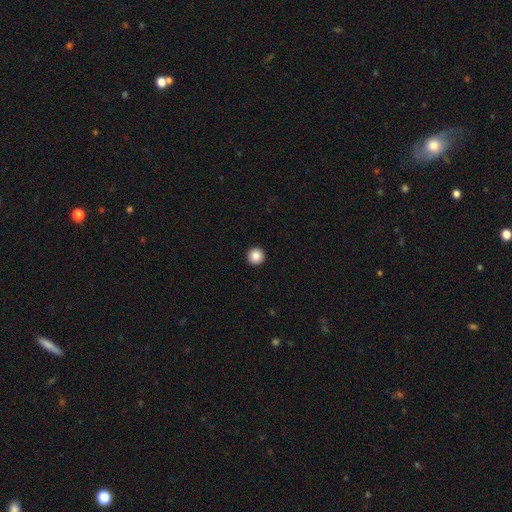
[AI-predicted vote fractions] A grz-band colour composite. It shows a smooth galaxy with no disk features (86%) that is round (97%). Merging: none (94%).